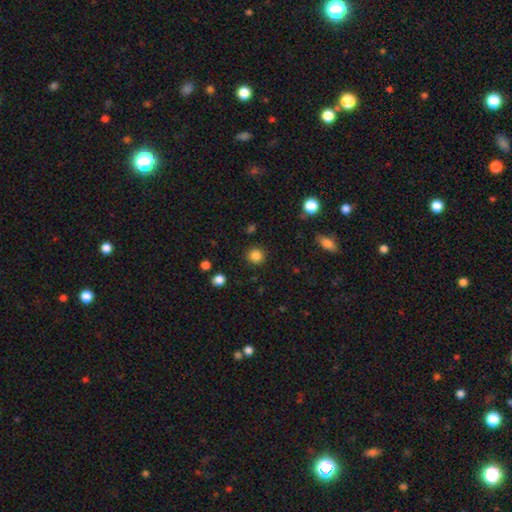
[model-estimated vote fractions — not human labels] smooth 84%, star or artifact 12%, featured or disk 4%. Down the decision tree: how rounded — round (92%); merging — none (90%).